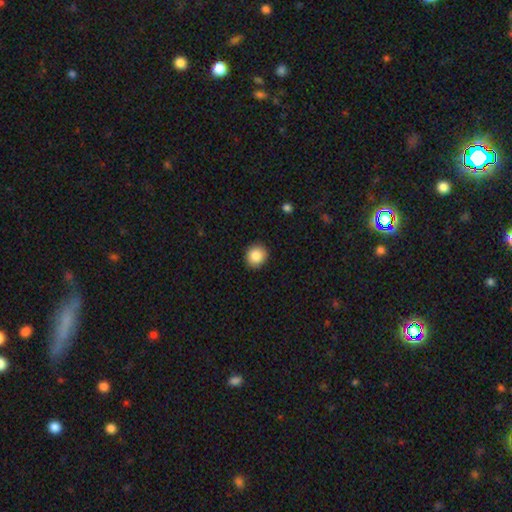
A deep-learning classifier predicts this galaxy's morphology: Smooth or featured? Predicted: smooth (p=0.86). How rounded? Predicted: round (p=0.86). Merging? Predicted: none (p=0.91).